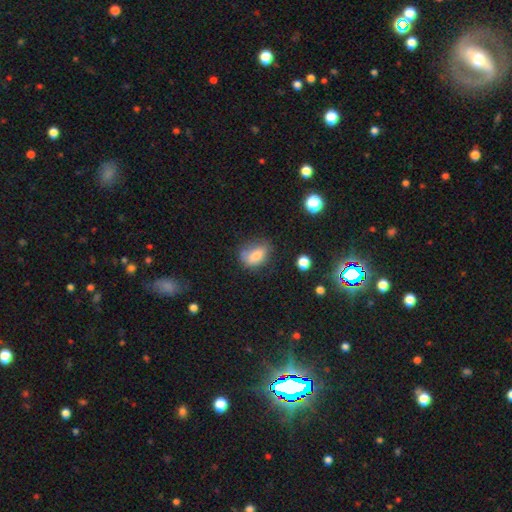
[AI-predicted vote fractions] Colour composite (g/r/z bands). It shows a smooth galaxy with no disk features (76%) that is in between round and cigar-shaped (79%). Merging: none (51%).